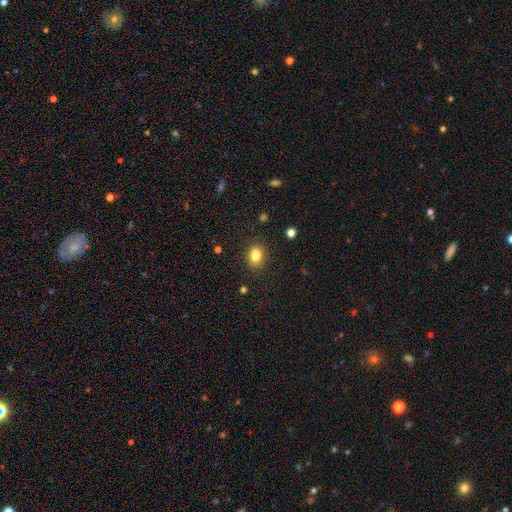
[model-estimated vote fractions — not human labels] Smooth or featured?
  - smooth: 81% *
  - star or artifact: 11%
  - featured or disk: 8%
How rounded?
  - in between: 58% *
  - round: 41%
  - cigar-shaped: 1%
Merging?
  - none: 82% *
  - minor disturbance: 12%
  - merger: 3%
  - major disturbance: 3%